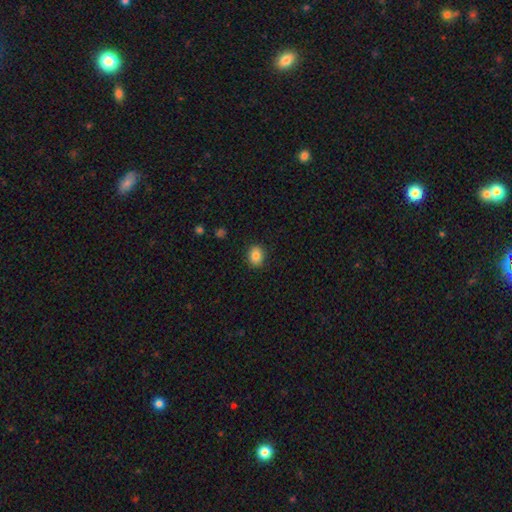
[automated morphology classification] smooth 84%, star or artifact 9%, featured or disk 6%. Down the decision tree: how rounded — round (58%); merging — none (88%).